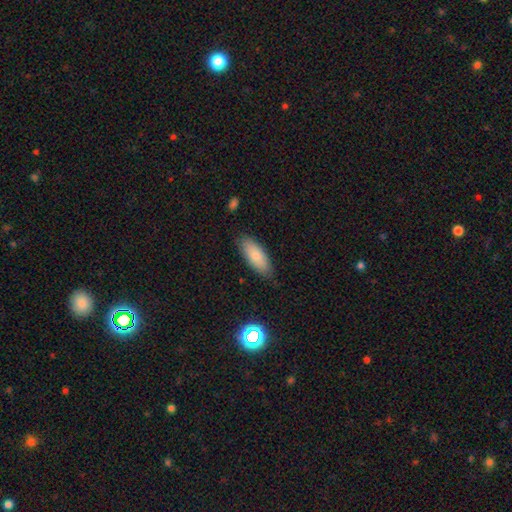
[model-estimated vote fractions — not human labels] This is clearly a smooth galaxy (81%). How rounded: likely in between (76%). Merging: clearly none (83%).